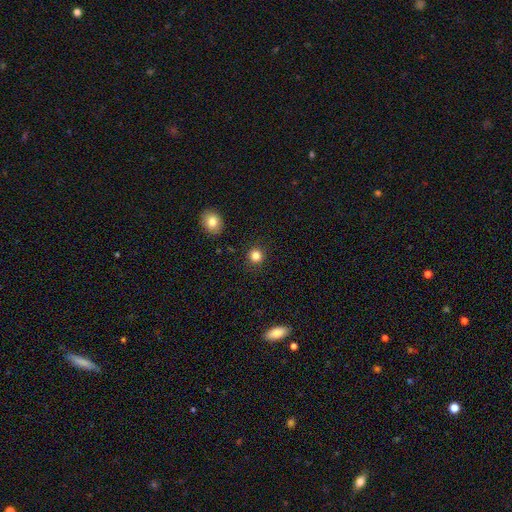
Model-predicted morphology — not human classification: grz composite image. It shows a smooth galaxy with no disk features (83%) that is round (92%). Merging: none (91%).